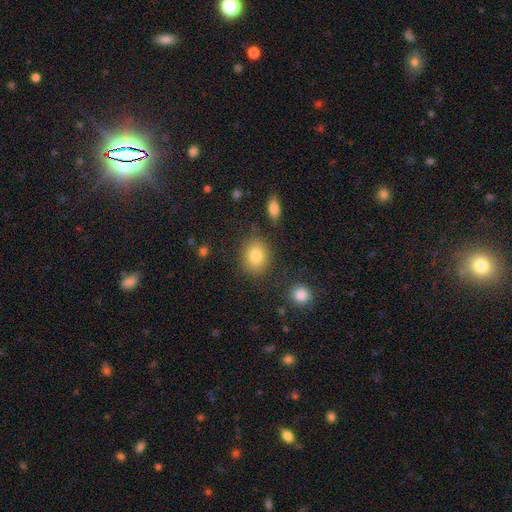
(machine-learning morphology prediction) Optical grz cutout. It shows a smooth galaxy with no disk features (83%) that is round (51%). Merging: none (81%).